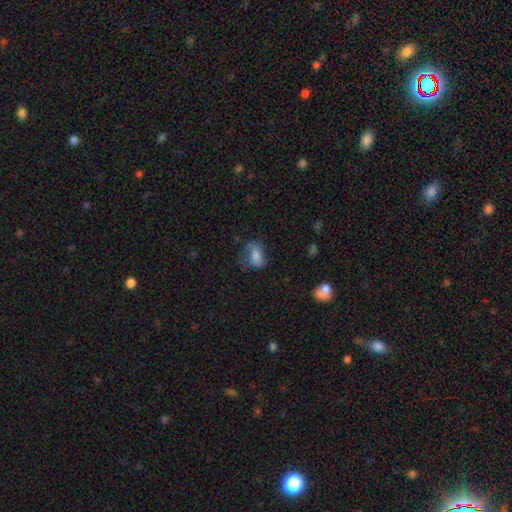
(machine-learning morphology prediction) A smooth galaxy with no disk features (69%) that is in between round and cigar-shaped (77%).

Vote fractions:
- Smooth or featured? smooth: 69% / featured or disk: 22% / star or artifact: 10%
- How rounded? in between: 77% / round: 20% / cigar-shaped: 3%
- Merging? none: 52% / minor disturbance: 28% / major disturbance: 17% / merger: 2%